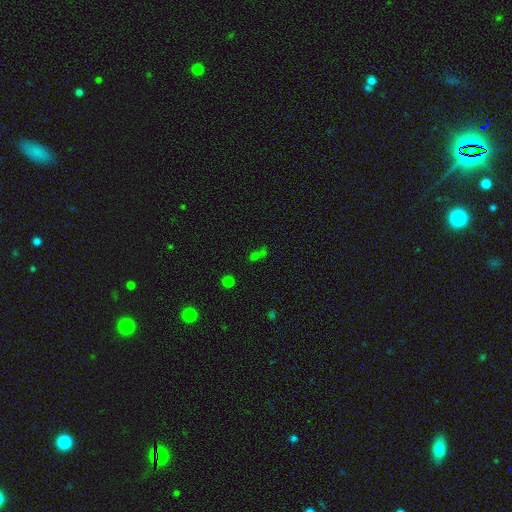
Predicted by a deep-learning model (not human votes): This is possibly a smooth galaxy (48%). Merging: marginally none (44%).